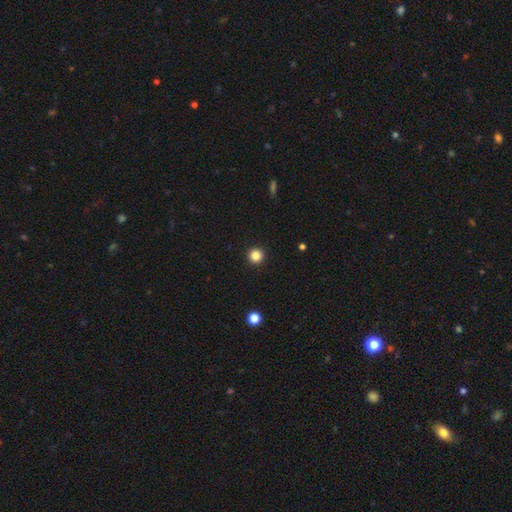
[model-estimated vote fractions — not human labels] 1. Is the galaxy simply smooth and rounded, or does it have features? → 85% smooth, 11% star or artifact, 4% featured or disk.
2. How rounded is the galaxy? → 96% round, 3% in between, 1% cigar-shaped.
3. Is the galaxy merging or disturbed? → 94% none, 4% minor disturbance, 1% major disturbance, 1% merger.